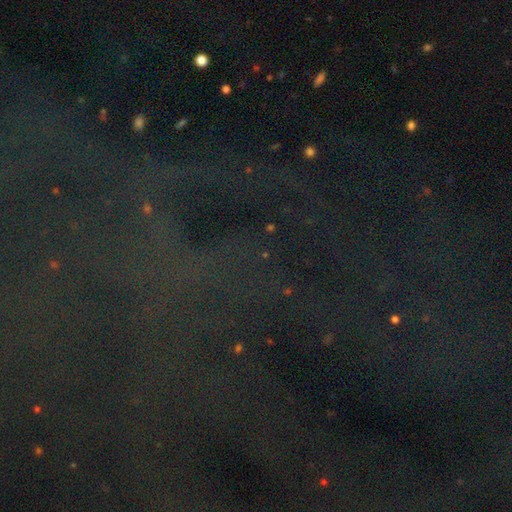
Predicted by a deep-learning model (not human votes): Smooth or featured? star or artifact (81%)